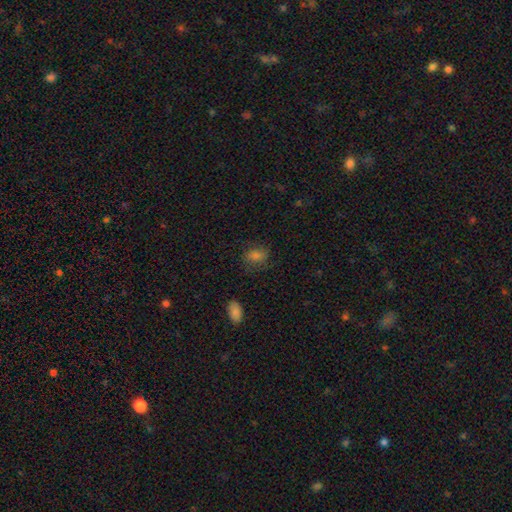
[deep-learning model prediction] Smooth or featured? smooth (72%)
How rounded? in between (61%)
Merging? none (73%)